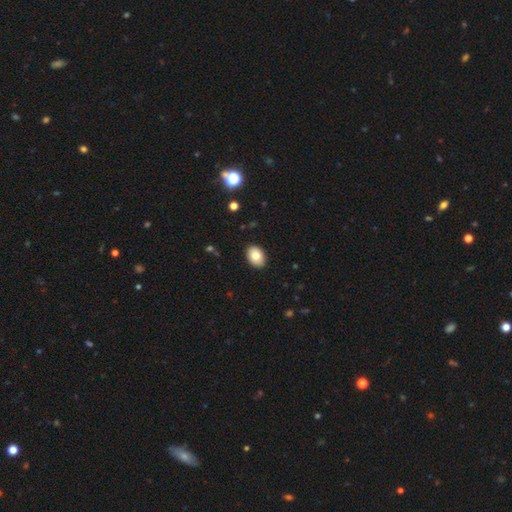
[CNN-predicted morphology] smooth-or-featured: smooth: 78% | featured or disk: 14% | star or artifact: 8%
  how-rounded: in between: 80% | round: 19% | cigar-shaped: 1%
  merging: none: 89% | minor disturbance: 8% | major disturbance: 2% | merger: 1%